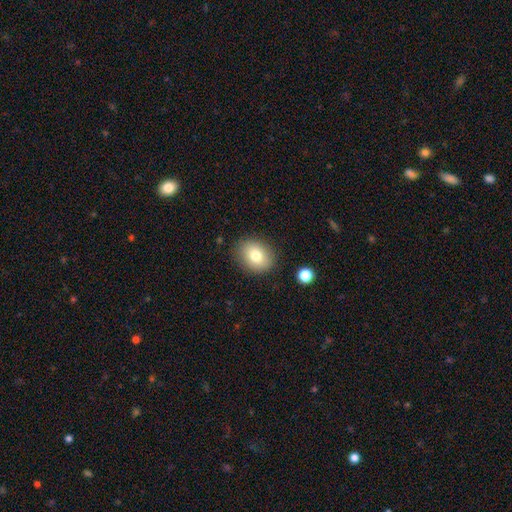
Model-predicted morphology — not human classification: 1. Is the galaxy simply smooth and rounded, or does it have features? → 78% smooth, 12% featured or disk, 9% star or artifact.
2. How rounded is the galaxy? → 50% in between, 49% round, 1% cigar-shaped.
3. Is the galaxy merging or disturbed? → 86% none, 10% minor disturbance, 3% major disturbance, 2% merger.